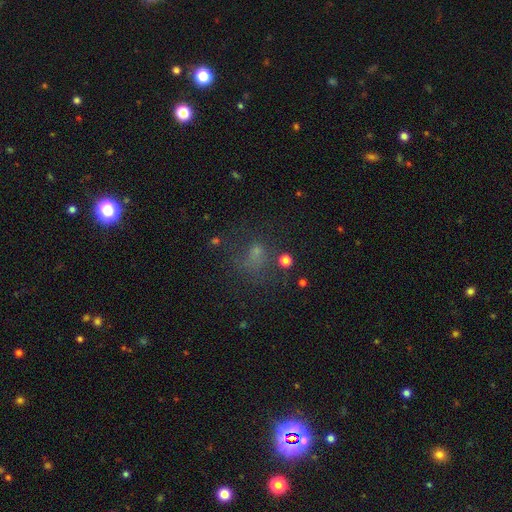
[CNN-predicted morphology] Q: Smooth or featured?
A: smooth (47%); runner-up: star or artifact (31%)
Q: Merging?
A: none (50%); runner-up: major disturbance (25%)